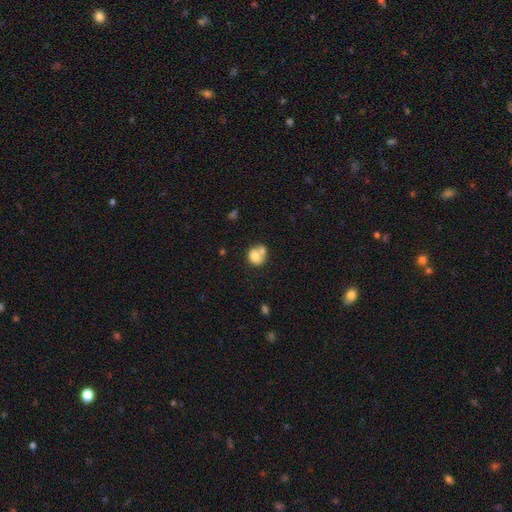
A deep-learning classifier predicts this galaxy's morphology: Smooth or featured: smooth — 74% (featured or disk — 17%)
How rounded: round — 55% (in between — 44%)
Merging: merger — 51% (none — 32%)